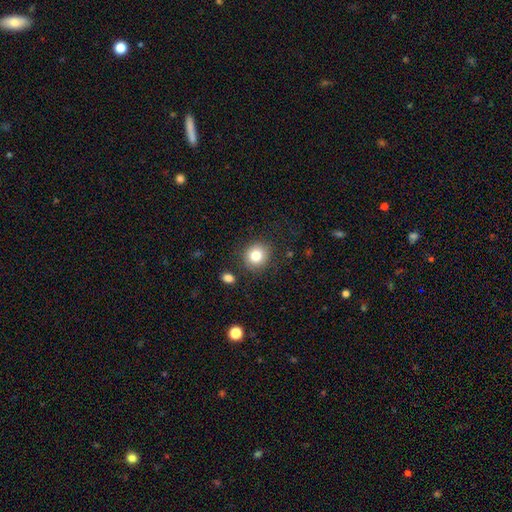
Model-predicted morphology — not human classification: Q: Smooth or featured?
A: smooth (81%); runner-up: star or artifact (11%)
Q: How rounded?
A: round (84%); runner-up: in between (15%)
Q: Merging?
A: none (85%); runner-up: minor disturbance (9%)